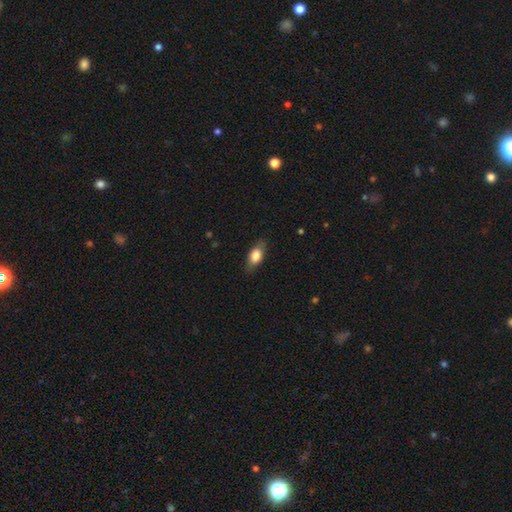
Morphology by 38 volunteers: smooth-or-featured: smooth: 68% | featured or disk: 24% | star or artifact: 8%
  how-rounded: in between: 77% | cigar-shaped: 23% | round: 0%
  merging: none: 80% | minor disturbance: 11% | major disturbance: 9% | merger: 0%